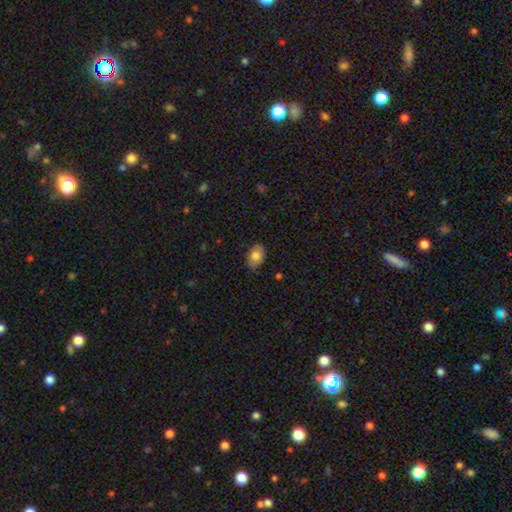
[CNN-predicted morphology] Smooth or featured: smooth — 83% (featured or disk — 10%)
How rounded: in between — 90% (round — 9%)
Merging: none — 84% (minor disturbance — 13%)